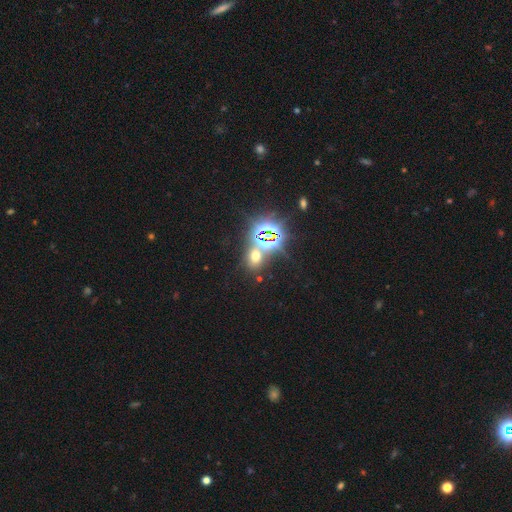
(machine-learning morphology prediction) type=star or artifact (55%).